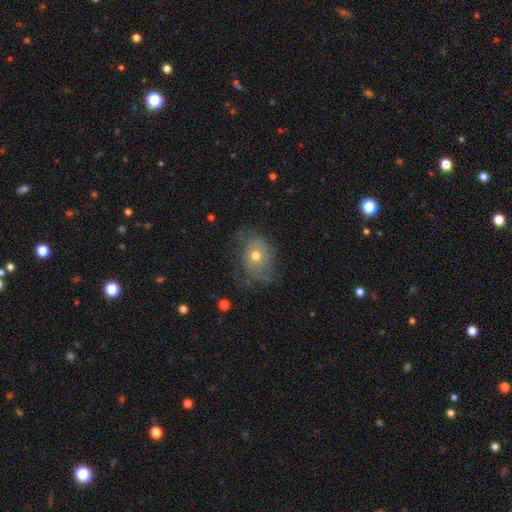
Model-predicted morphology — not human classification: Smooth or featured? Predicted: smooth (p=0.53). How rounded? Predicted: in between (p=0.53). Merging? Predicted: none (p=0.49).